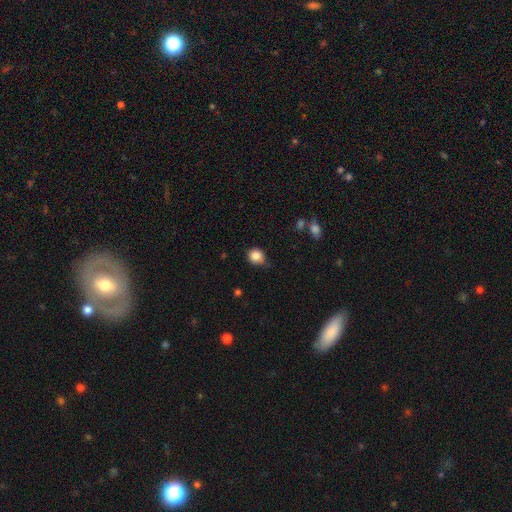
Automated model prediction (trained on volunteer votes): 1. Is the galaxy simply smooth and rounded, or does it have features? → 84% smooth, 10% star or artifact, 6% featured or disk.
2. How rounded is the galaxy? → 85% round, 14% in between, 1% cigar-shaped.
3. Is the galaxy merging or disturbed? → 67% none, 26% minor disturbance, 4% major disturbance, 2% merger.